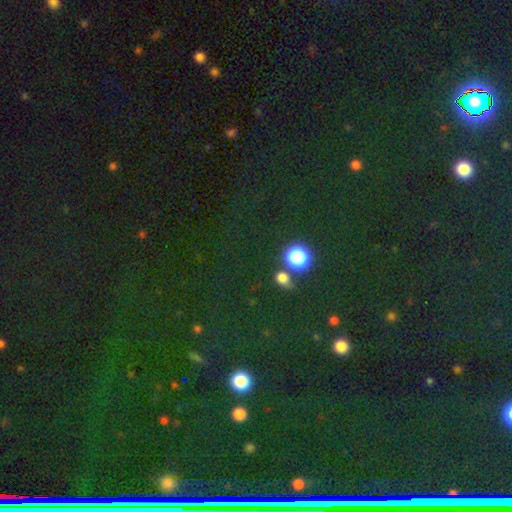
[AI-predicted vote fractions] Overall: star or artifact (66%).